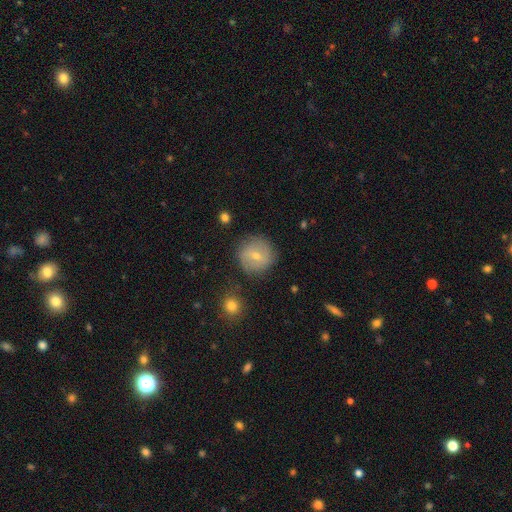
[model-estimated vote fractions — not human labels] Smooth or featured? smooth (54%)
How rounded? round (93%)
Merging? none (80%)